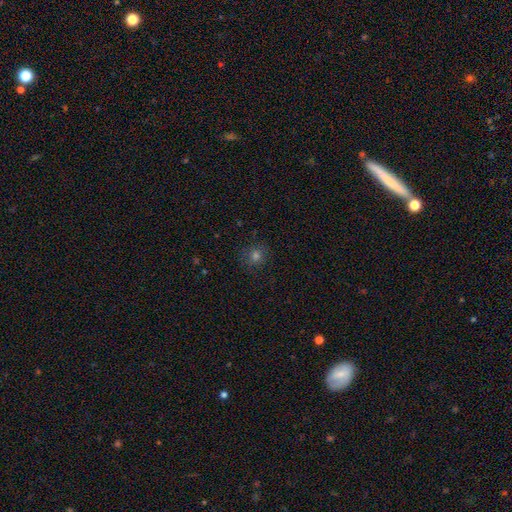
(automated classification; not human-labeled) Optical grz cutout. It shows a smooth galaxy with no disk features (71%) that is round (88%). Merging: none (86%).